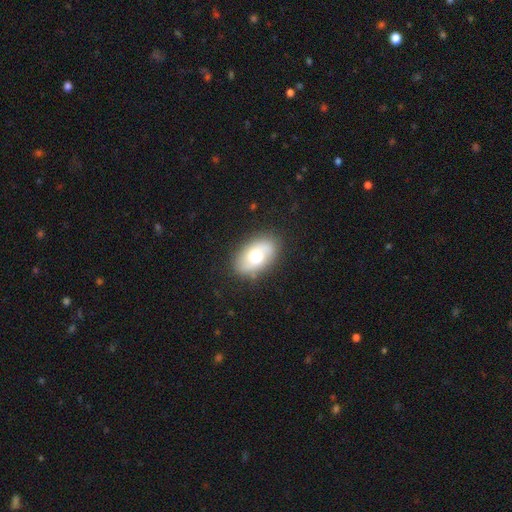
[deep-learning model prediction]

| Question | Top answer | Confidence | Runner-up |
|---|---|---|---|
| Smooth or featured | smooth | 54% | featured or disk (39%) |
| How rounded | in between | 90% | round (8%) |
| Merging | none | 82% | minor disturbance (13%) |